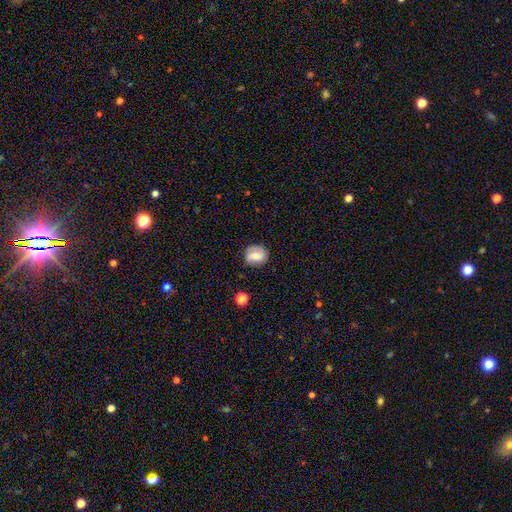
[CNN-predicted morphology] smooth 51%, featured or disk 41%, star or artifact 9%. Down the decision tree: how rounded — round (74%); merging — none (77%).